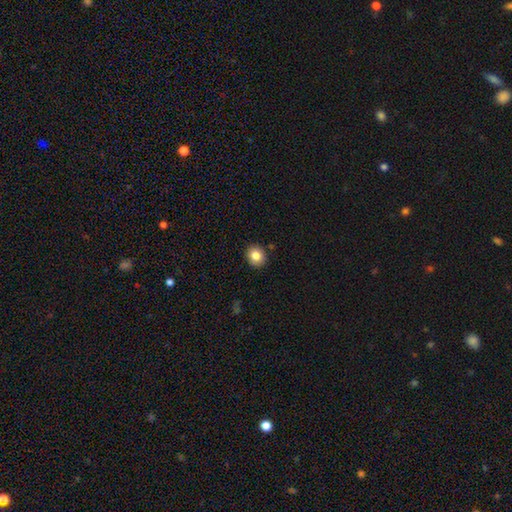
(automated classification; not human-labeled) smooth_or_featured: smooth (p=0.83) [alt: star or artifact p=0.10]
how_rounded: round (p=0.79) [alt: in between p=0.20]
merging: none (p=0.89) [alt: minor disturbance p=0.07]